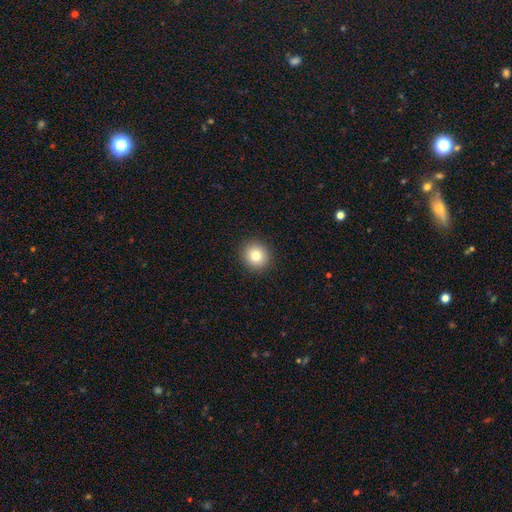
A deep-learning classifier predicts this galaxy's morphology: The model was most divided on "smooth or featured": smooth: 82%, star or artifact: 10%, featured or disk: 7%. More confident: merging — none (92%); how rounded — round (90%).